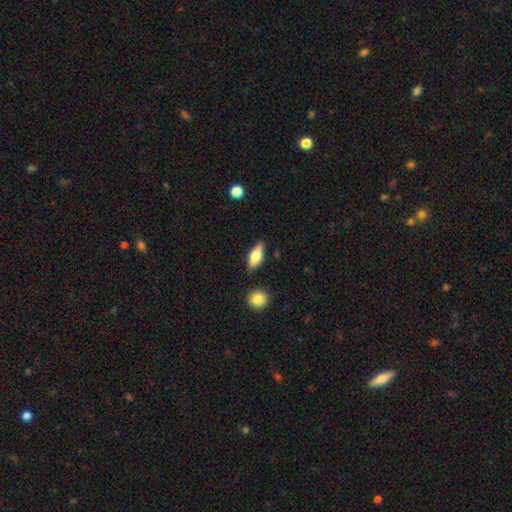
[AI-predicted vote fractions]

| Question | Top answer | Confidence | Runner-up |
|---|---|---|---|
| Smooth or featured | smooth | 59% | featured or disk (34%) |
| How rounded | in between | 72% | cigar-shaped (24%) |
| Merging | none | 82% | minor disturbance (12%) |